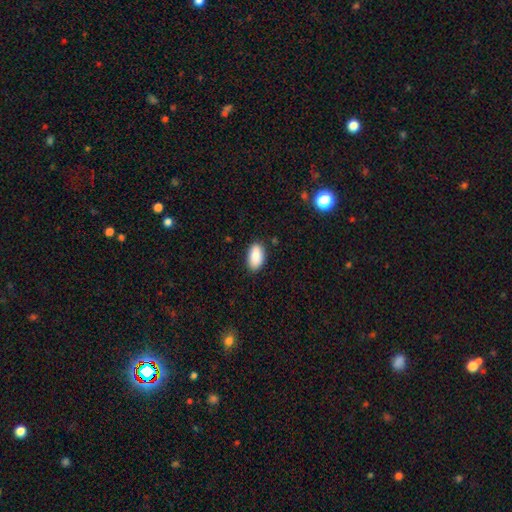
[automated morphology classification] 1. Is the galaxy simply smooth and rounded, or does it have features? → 88% smooth, 7% star or artifact, 5% featured or disk.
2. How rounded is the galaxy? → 94% in between, 3% round, 3% cigar-shaped.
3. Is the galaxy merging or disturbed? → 84% none, 12% minor disturbance, 2% major disturbance, 1% merger.